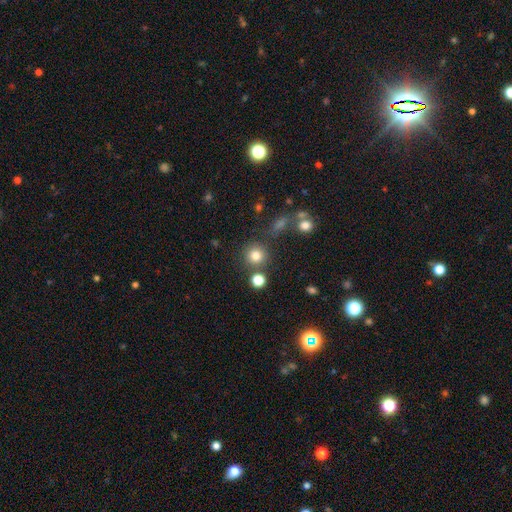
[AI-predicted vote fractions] A smooth galaxy with no disk features (79%) that is round (92%).

Vote fractions:
- Smooth or featured? smooth: 79% / star or artifact: 13% / featured or disk: 7%
- How rounded? round: 92% / in between: 7% / cigar-shaped: 1%
- Merging? none: 79% / merger: 9% / minor disturbance: 9% / major disturbance: 4%